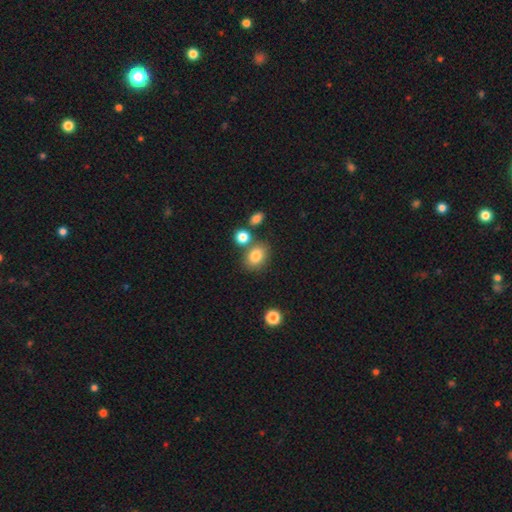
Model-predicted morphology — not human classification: This appears to be a smooth galaxy with no disk features (81%) that is in between round and cigar-shaped (59%). Merging: none (69%).